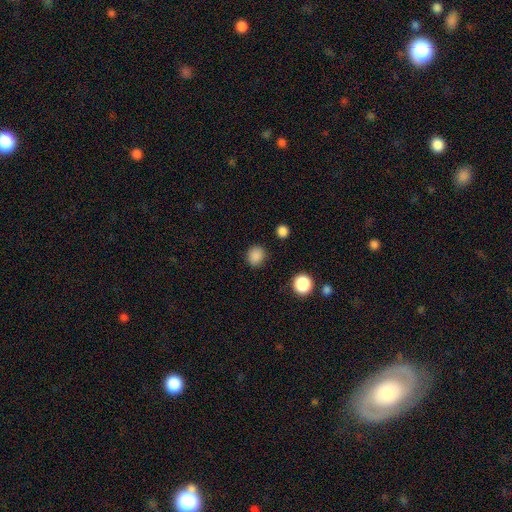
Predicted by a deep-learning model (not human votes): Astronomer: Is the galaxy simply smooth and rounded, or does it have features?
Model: smooth — 86%.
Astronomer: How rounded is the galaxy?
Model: round — 80%.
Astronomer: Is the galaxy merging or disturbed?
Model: none — 87%.